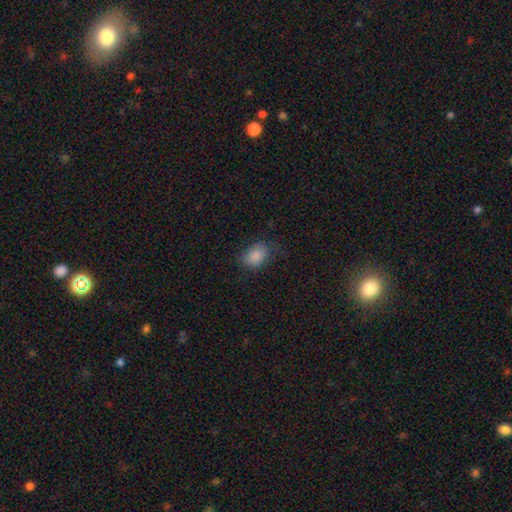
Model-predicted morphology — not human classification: The model was most divided on "merging": none: 69%, minor disturbance: 22%, major disturbance: 8%, merger: 1%. More confident: smooth or featured — smooth (86%); how rounded — in between (83%).